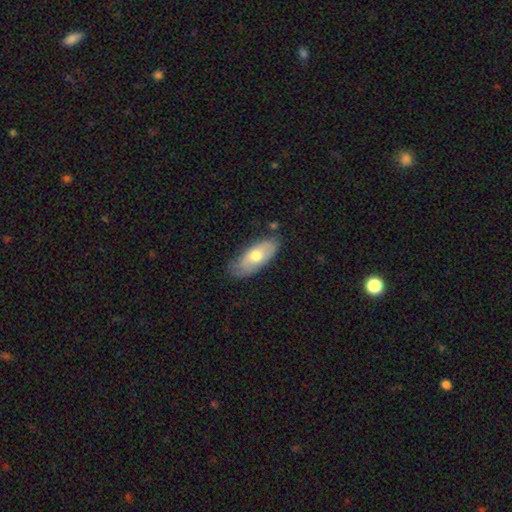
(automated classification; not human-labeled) A smooth galaxy with no disk features (61%) that is in between round and cigar-shaped (84%). Merging: none (70%).